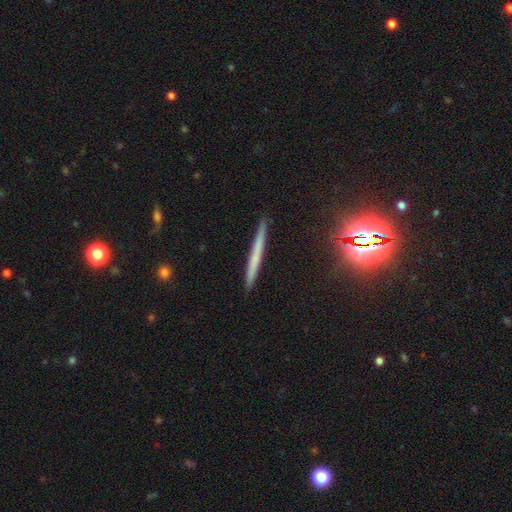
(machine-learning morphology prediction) Smooth or featured? Predicted: smooth (p=0.48). Merging? Predicted: none (p=0.91).